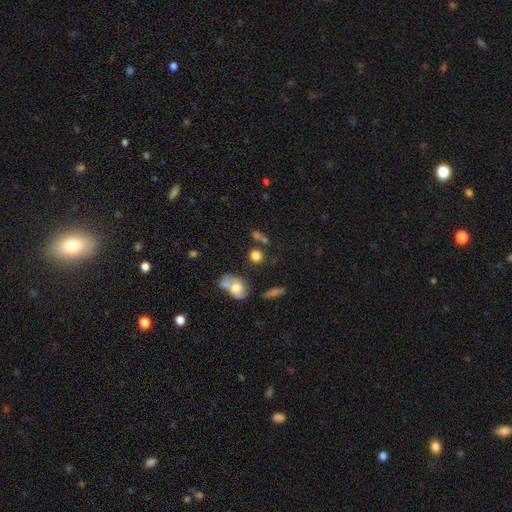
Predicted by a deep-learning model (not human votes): Morphology: type=smooth (79%); roundness=round (72%); merging=none (57%).